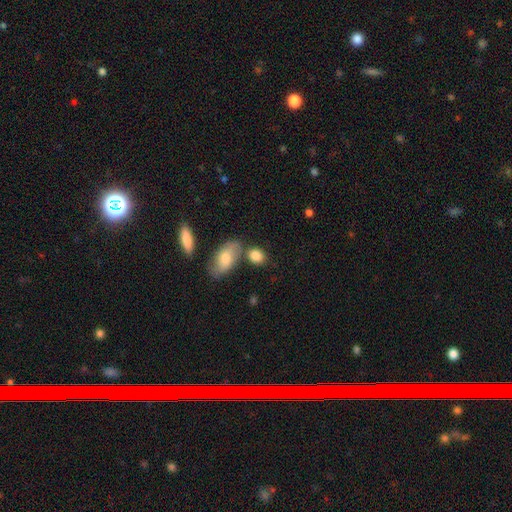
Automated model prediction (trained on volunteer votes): This is clearly a smooth galaxy (84%). How rounded: likely in between (63%). Merging: likely none (63%).